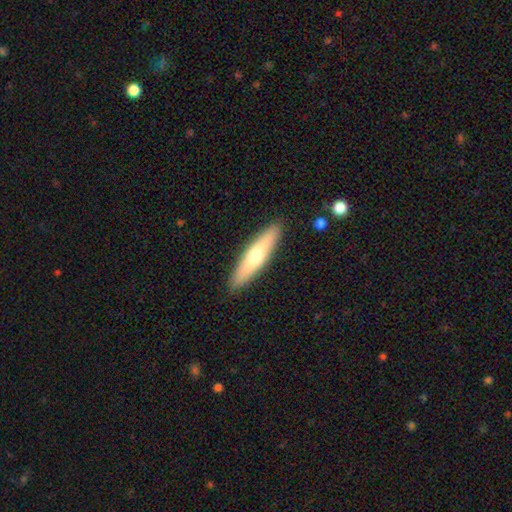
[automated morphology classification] Smooth or featured?
  - smooth: 59% *
  - featured or disk: 36%
  - star or artifact: 5%
How rounded?
  - cigar-shaped: 79% *
  - in between: 20%
  - round: 2%
Merging?
  - none: 90% *
  - minor disturbance: 7%
  - major disturbance: 2%
  - merger: 1%